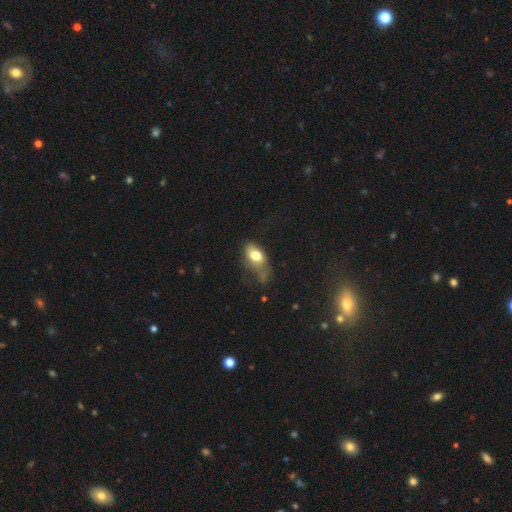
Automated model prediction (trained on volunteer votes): Smooth or featured?
  - smooth: 74% *
  - featured or disk: 17%
  - star or artifact: 8%
How rounded?
  - in between: 87% *
  - round: 10%
  - cigar-shaped: 3%
Merging?
  - minor disturbance: 34% *
  - major disturbance: 33%
  - none: 27%
  - merger: 6%